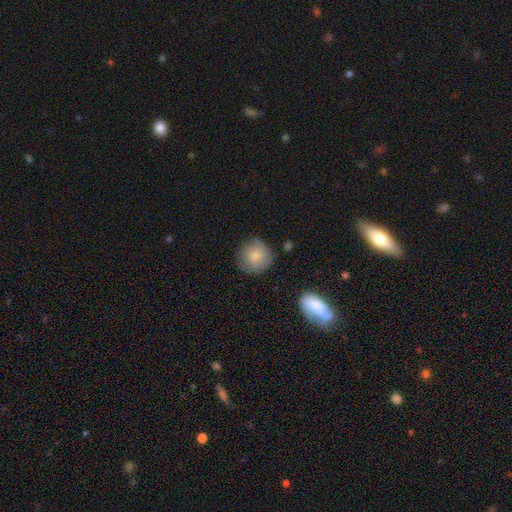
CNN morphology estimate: Smooth or featured? smooth (81%)
How rounded? round (93%)
Merging? none (77%)